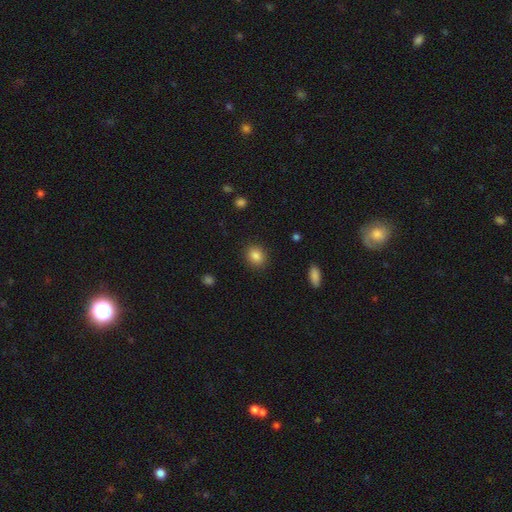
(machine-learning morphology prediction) A smooth galaxy with no disk features (85%) that is round (57%). Merging: none (89%).